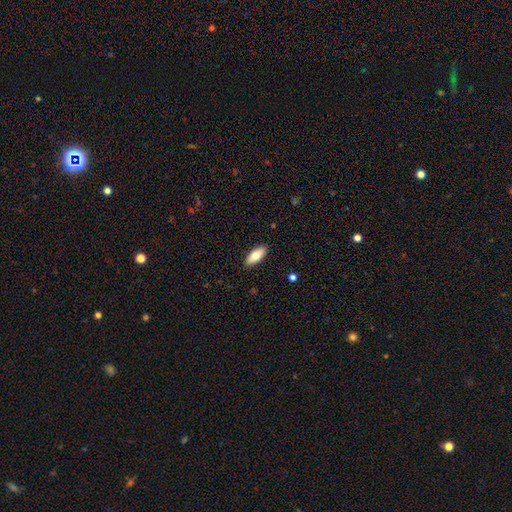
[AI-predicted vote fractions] Morphology: type=smooth (72%); roundness=in between (80%); merging=none (90%).